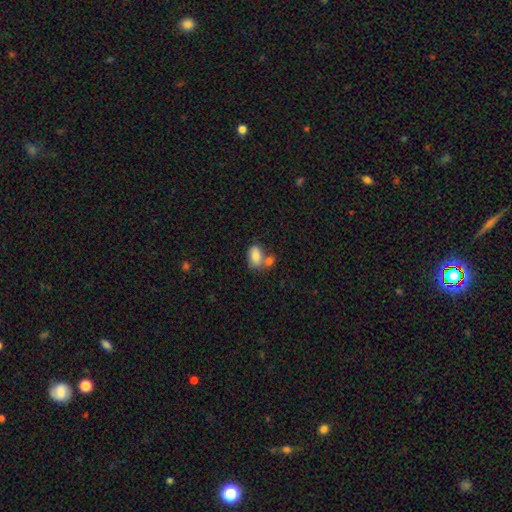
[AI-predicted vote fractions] Smooth or featured? smooth (82%)
How rounded? in between (89%)
Merging? merger (43%)